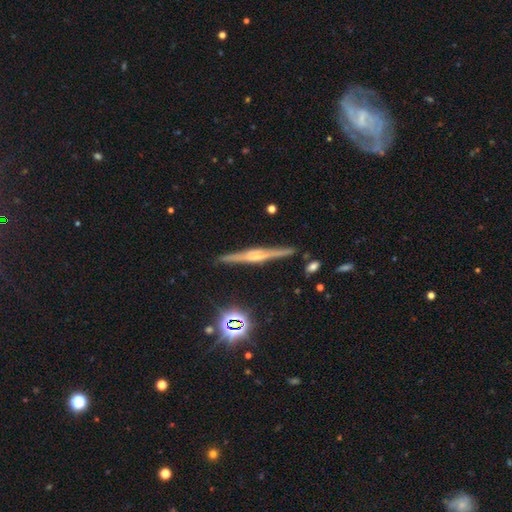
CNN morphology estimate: This appears to be a featured or disk galaxy (78%) viewed edge-on (98%) with a rounded central bulge (72%). Merging: none (90%).